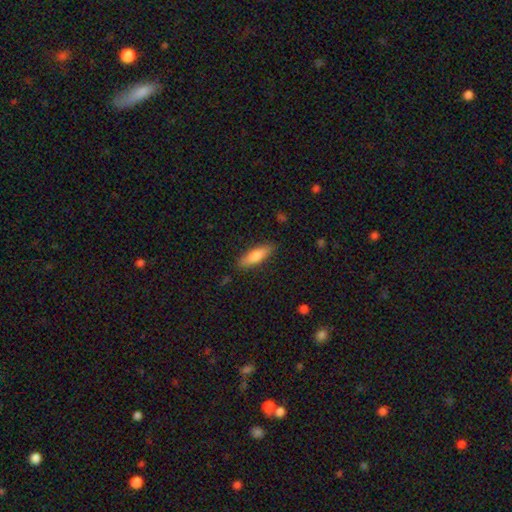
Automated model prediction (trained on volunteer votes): Smooth or featured? smooth (74%)
How rounded? cigar-shaped (55%)
Merging? none (87%)